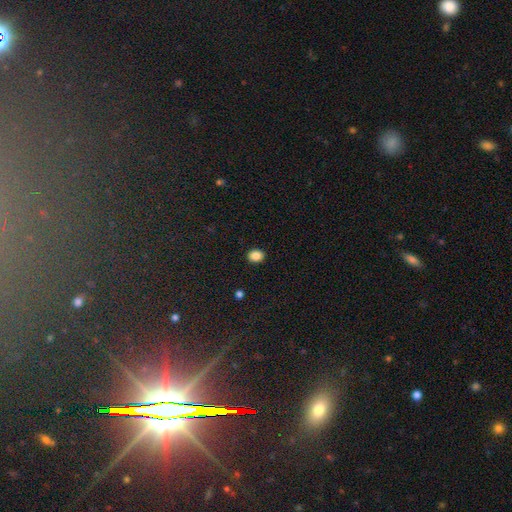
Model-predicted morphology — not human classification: Smooth or featured: smooth — 86% (star or artifact — 10%)
How rounded: round — 52% (in between — 47%)
Merging: none — 91% (minor disturbance — 7%)